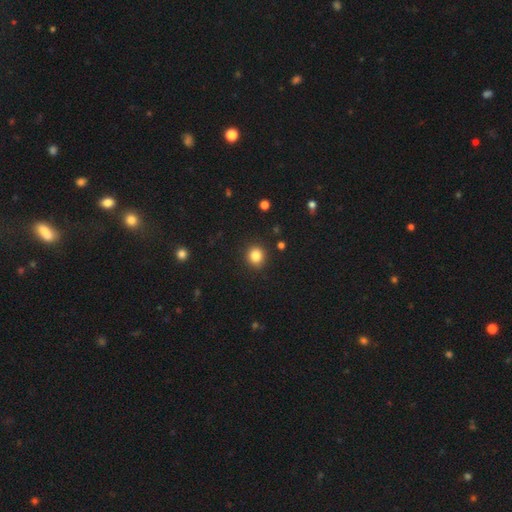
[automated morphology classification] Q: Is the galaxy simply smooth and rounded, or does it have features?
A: smooth — 84%.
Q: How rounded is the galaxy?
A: round — 87%.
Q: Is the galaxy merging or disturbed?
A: none — 90%.